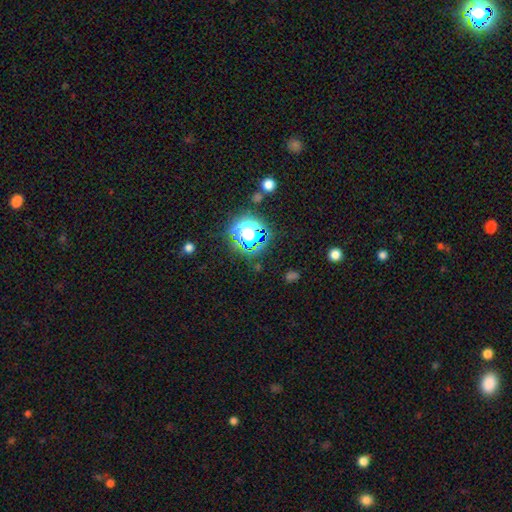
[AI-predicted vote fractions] The model was most divided on "smooth or featured": star or artifact: 76%, smooth: 16%, featured or disk: 7%.